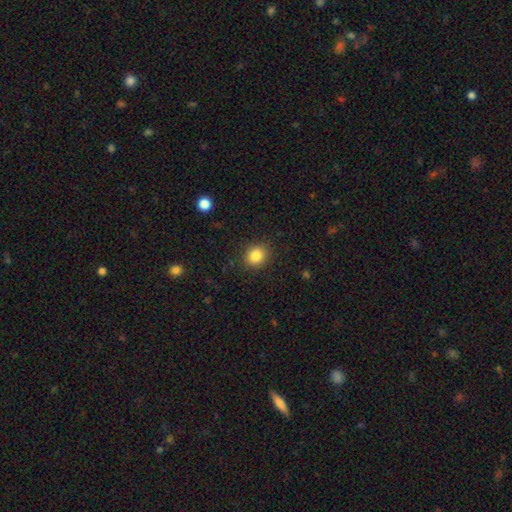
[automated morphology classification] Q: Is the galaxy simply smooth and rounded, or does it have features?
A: smooth — 85%.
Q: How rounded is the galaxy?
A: round — 75%.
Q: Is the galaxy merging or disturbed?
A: none — 88%.